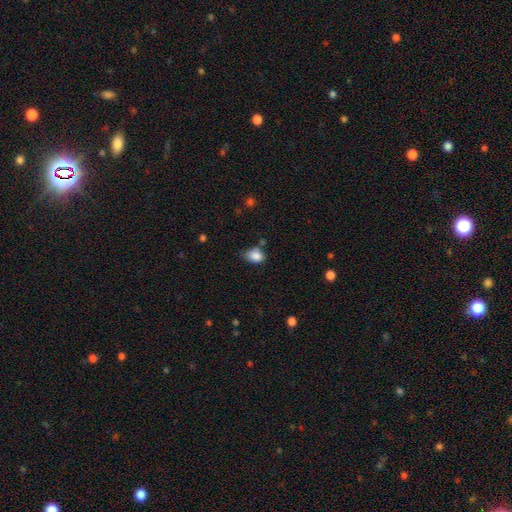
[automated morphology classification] smooth 85%, star or artifact 9%, featured or disk 6%. Down the decision tree: how rounded — in between (70%); merging — none (53%).